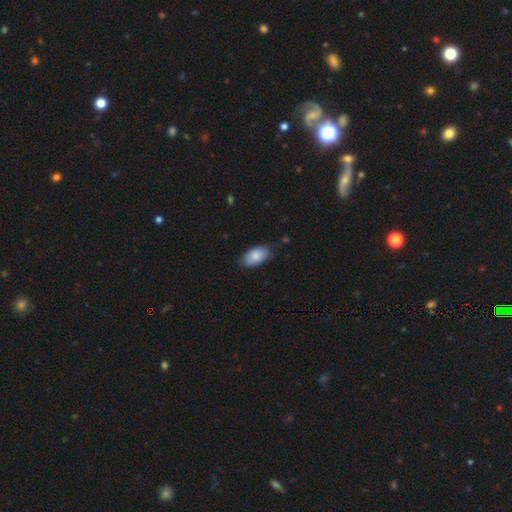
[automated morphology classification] Smooth or featured? smooth (85%)
How rounded? in between (94%)
Merging? none (79%)